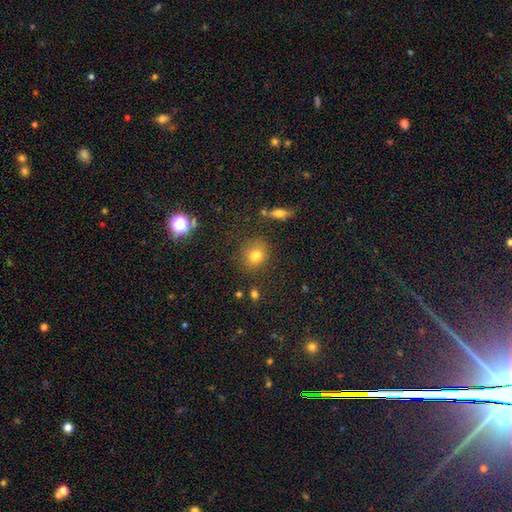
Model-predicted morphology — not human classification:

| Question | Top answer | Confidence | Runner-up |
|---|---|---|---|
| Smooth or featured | smooth | 78% | star or artifact (14%) |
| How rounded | round | 79% | in between (19%) |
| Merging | none | 82% | minor disturbance (11%) |